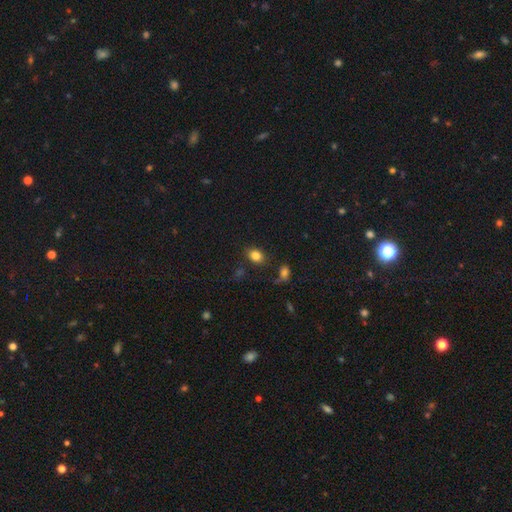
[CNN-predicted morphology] Overall: smooth (83%). How rounded: in between (67%; round 32%). Merging: none (81%).